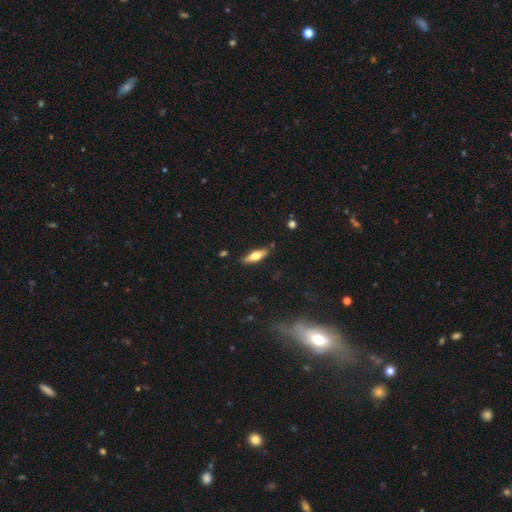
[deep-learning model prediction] Smooth or featured? smooth (54%)
How rounded? cigar-shaped (49%, tied with in between)
Merging? none (86%)